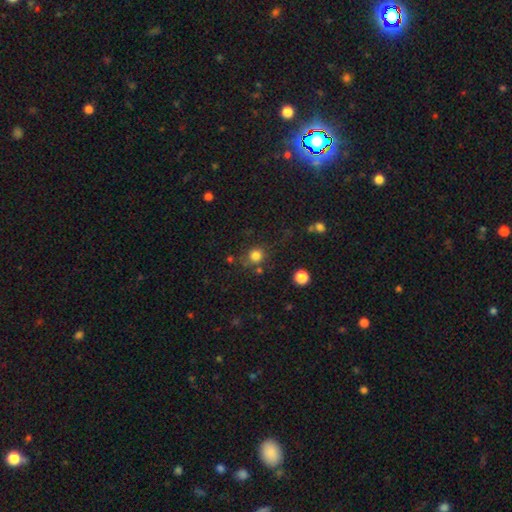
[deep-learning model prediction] Smooth or featured: smooth — 81% (star or artifact — 14%)
How rounded: round — 90% (in between — 9%)
Merging: none — 75% (minor disturbance — 12%)